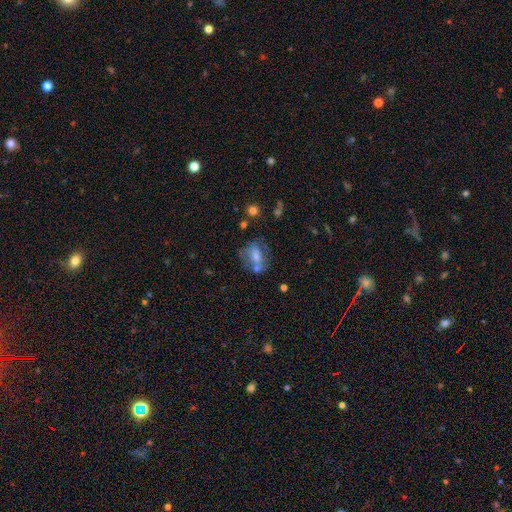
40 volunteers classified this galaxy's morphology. type=featured or disk (50%); edge-on=no (90%); bar=no (72%); spiral arms=no (89%); bulge=moderate (61%); merging=merger (36%).